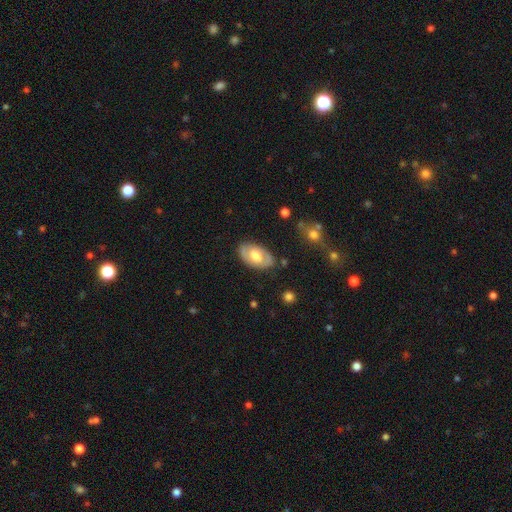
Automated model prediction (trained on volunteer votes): A smooth galaxy with no disk features (48%).

Vote fractions:
- Smooth or featured? smooth: 48% / featured or disk: 46% / star or artifact: 6%
- Merging? none: 79% / minor disturbance: 15% / major disturbance: 4% / merger: 2%